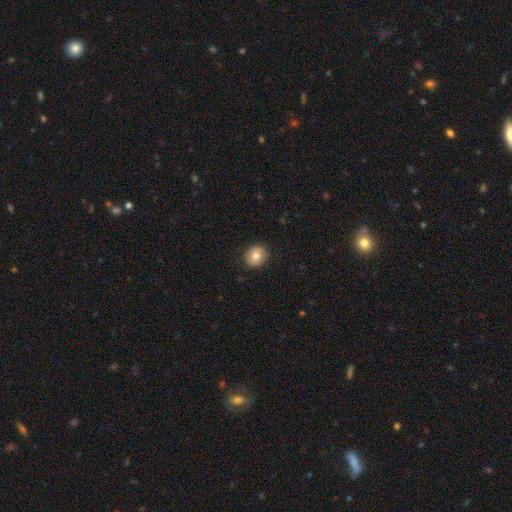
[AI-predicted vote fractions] Morphology: type=smooth (79%); roundness=round (74%); merging=none (87%).